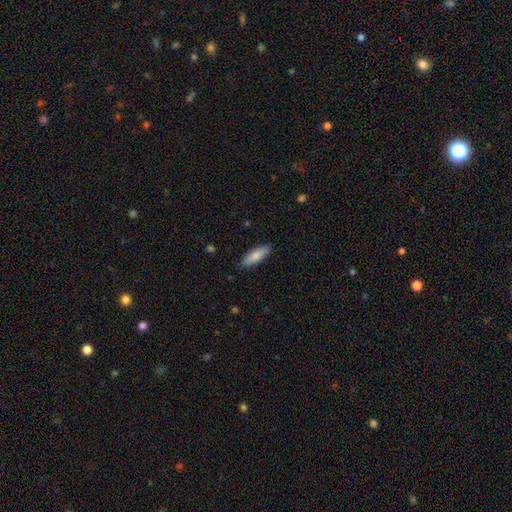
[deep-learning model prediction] smooth_or_featured: smooth (p=0.81) [alt: featured or disk p=0.13]
how_rounded: in between (p=0.57) [alt: cigar-shaped p=0.41]
merging: none (p=0.87) [alt: minor disturbance p=0.10]